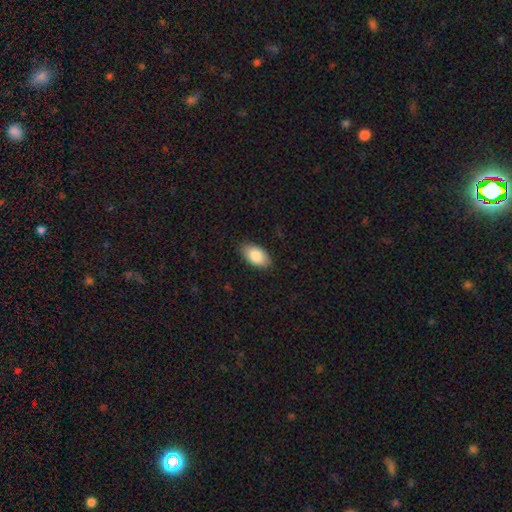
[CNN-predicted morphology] Smooth or featured? Predicted: smooth (p=0.86). How rounded? Predicted: in between (p=0.94). Merging? Predicted: none (p=0.84).